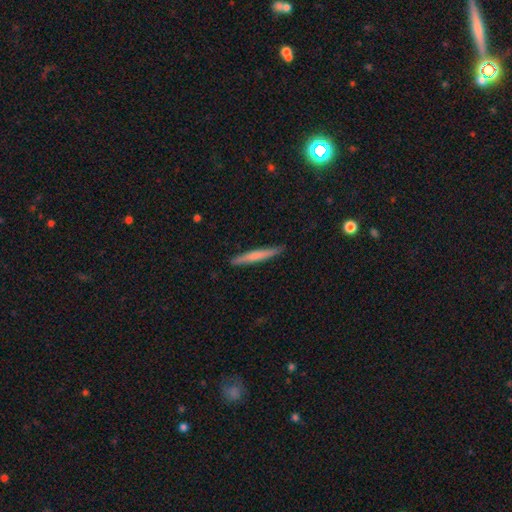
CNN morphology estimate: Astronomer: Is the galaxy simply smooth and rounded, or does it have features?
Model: smooth — 63%.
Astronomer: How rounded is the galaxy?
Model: cigar-shaped — 96%.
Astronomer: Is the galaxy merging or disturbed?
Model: none — 89%.